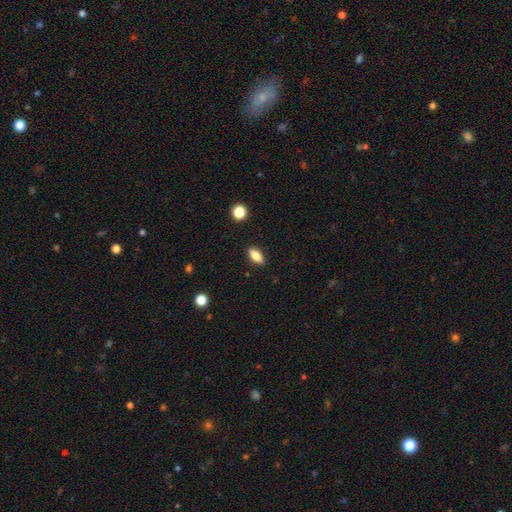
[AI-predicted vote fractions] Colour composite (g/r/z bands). It shows a smooth galaxy with no disk features (78%) that is in between round and cigar-shaped (79%). Merging: none (88%).